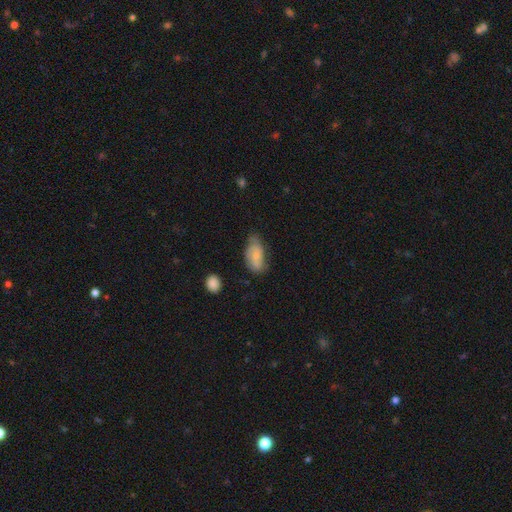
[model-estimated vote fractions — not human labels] Overall: smooth (54%; featured or disk 39%). How rounded: in between (91%). Merging: none (52%; minor disturbance 34%).